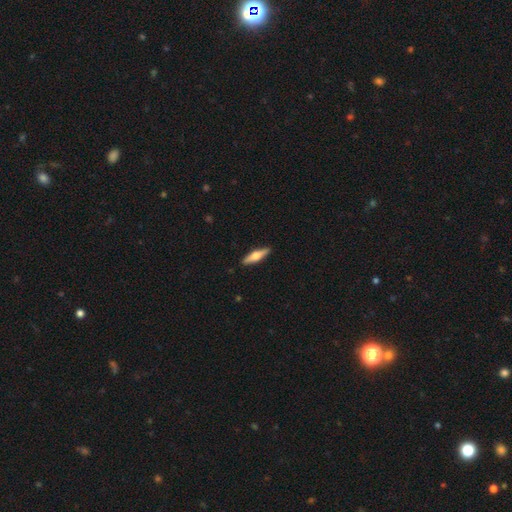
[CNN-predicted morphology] A featured or disk galaxy (48%). Merging: none (90%).